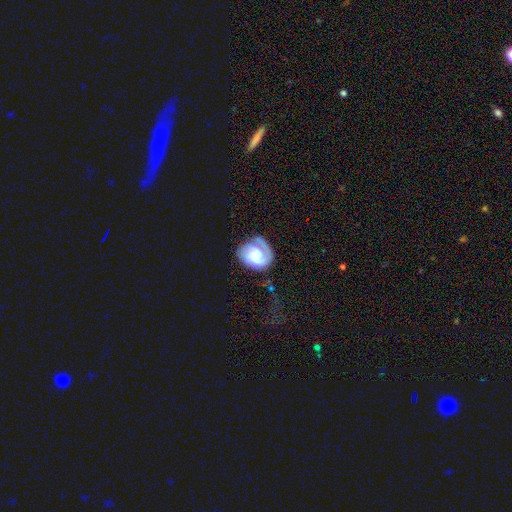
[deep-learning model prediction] smooth_or_featured: featured or disk (p=0.79) [alt: smooth p=0.15]
disk_edge_on: no (p=0.98) [alt: yes p=0.02]
bar: no (p=0.50) [alt: weak p=0.39]
has_spiral_arms: yes (p=0.94) [alt: no p=0.06]
spiral_winding: tight (p=0.52) [alt: medium p=0.36]
spiral_arm_count: 2 (p=0.44) [alt: 1 p=0.34]
bulge_size: moderate (p=0.36) [alt: large p=0.31]
merging: none (p=0.55) [alt: minor disturbance p=0.23]